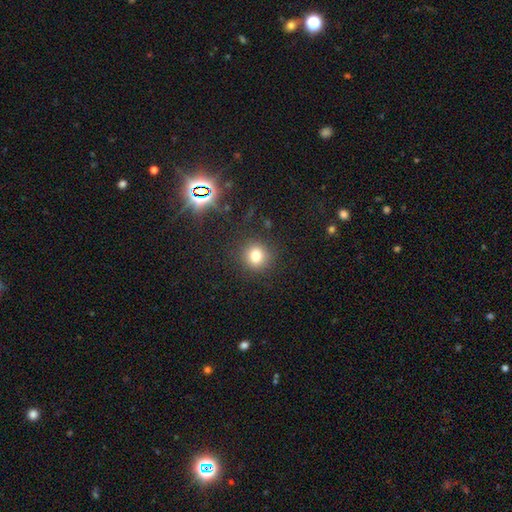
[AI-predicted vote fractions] smooth 79%, star or artifact 14%, featured or disk 7%. Down the decision tree: how rounded — round (86%); merging — none (86%).